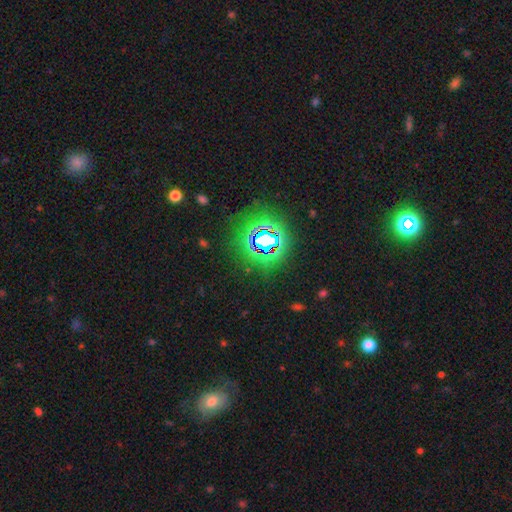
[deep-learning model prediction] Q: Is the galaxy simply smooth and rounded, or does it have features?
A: star or artifact — 78%.